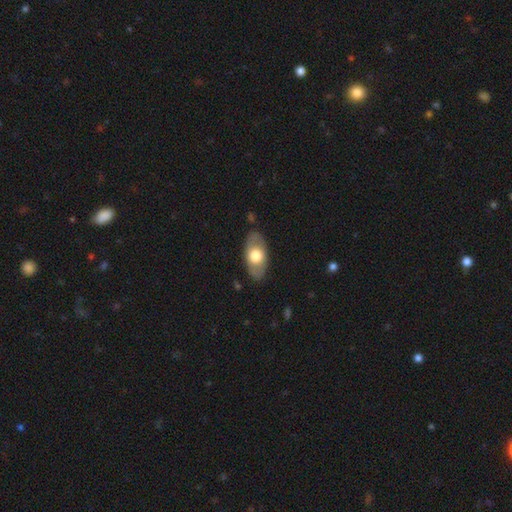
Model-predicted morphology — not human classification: Q: Smooth or featured?
A: smooth (57%); runner-up: featured or disk (38%)
Q: How rounded?
A: in between (91%); runner-up: round (6%)
Q: Merging?
A: none (84%); runner-up: minor disturbance (11%)